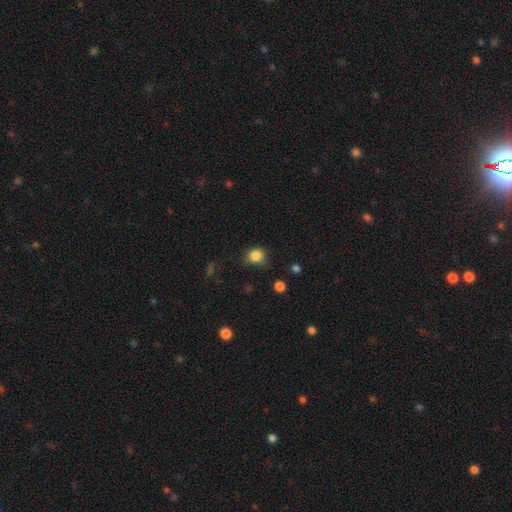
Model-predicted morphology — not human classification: Smooth or featured: smooth — 84% (star or artifact — 11%)
How rounded: round — 69% (in between — 30%)
Merging: none — 64% (minor disturbance — 27%)